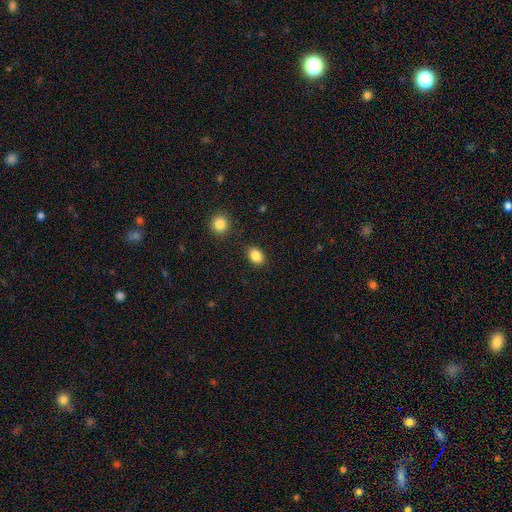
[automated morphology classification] A smooth galaxy with no disk features (86%) that is in between round and cigar-shaped (70%). Merging: none (87%).